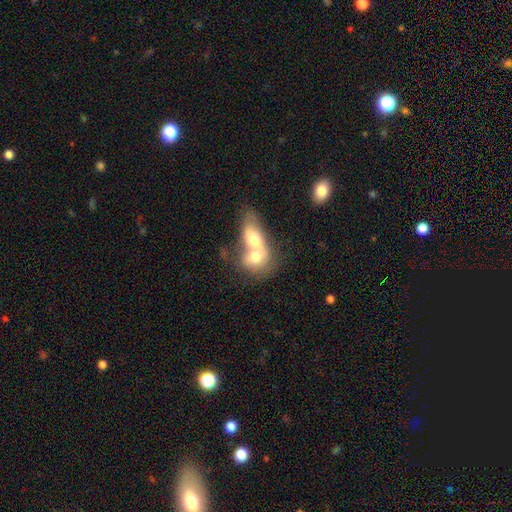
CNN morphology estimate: Q: Smooth or featured?
A: smooth (51%); runner-up: featured or disk (36%)
Q: How rounded?
A: in between (58%); runner-up: round (32%)
Q: Merging?
A: merger (72%); runner-up: none (18%)